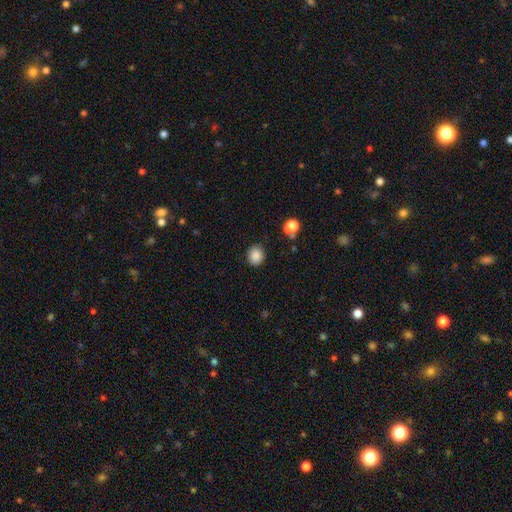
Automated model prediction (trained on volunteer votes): Morphology: type=smooth (86%); roundness=round (67%); merging=none (83%).